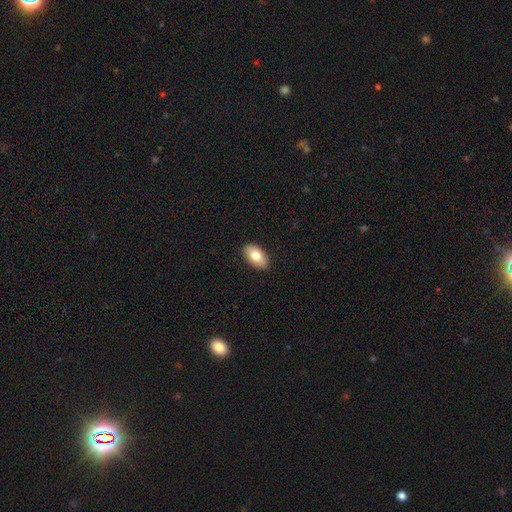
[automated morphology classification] Smooth or featured? Predicted: smooth (p=0.80). How rounded? Predicted: in between (p=0.94). Merging? Predicted: none (p=0.89).